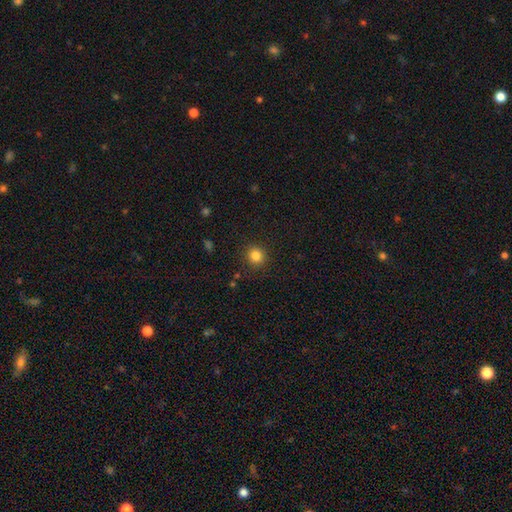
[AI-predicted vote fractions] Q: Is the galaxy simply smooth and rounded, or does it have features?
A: smooth — 83%.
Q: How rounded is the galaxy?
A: round — 90%.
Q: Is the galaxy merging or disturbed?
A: none — 89%.